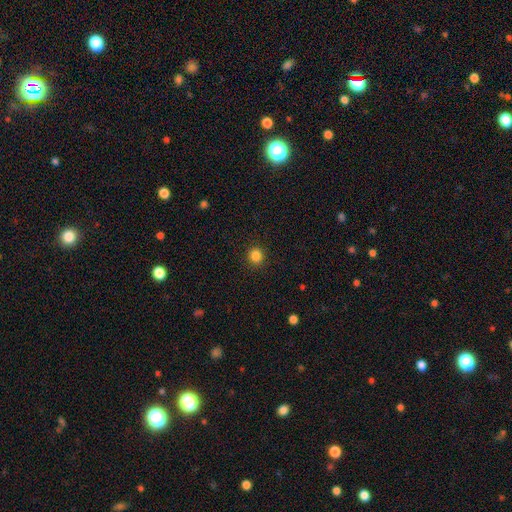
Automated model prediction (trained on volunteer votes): Overall: smooth (84%). How rounded: round (90%). Merging: none (92%).